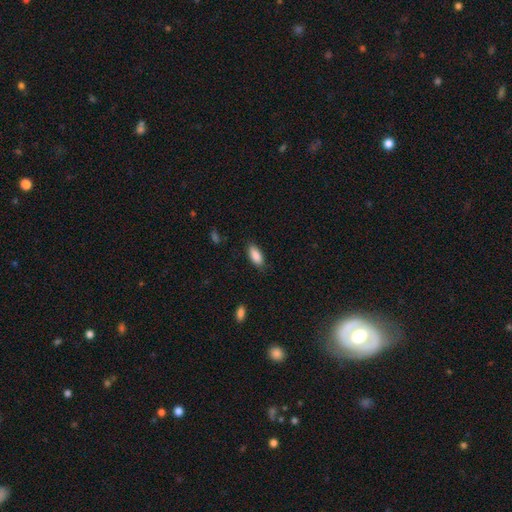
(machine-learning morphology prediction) Q: Smooth or featured?
A: smooth (88%); runner-up: star or artifact (6%)
Q: How rounded?
A: in between (82%); runner-up: cigar-shaped (16%)
Q: Merging?
A: none (84%); runner-up: minor disturbance (12%)